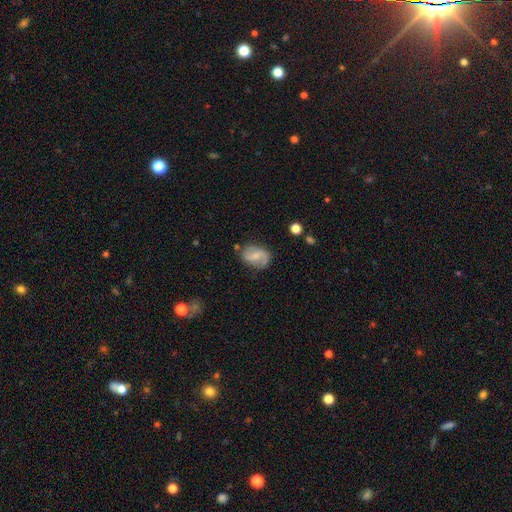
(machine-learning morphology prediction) smooth_or_featured: featured or disk (p=0.57) [alt: smooth p=0.35]
disk_edge_on: no (p=0.97) [alt: yes p=0.03]
bar: weak (p=0.50) [alt: no p=0.36]
has_spiral_arms: yes (p=0.89) [alt: no p=0.11]
bulge_size: small (p=0.49) [alt: moderate p=0.27]
merging: none (p=0.69) [alt: minor disturbance p=0.21]